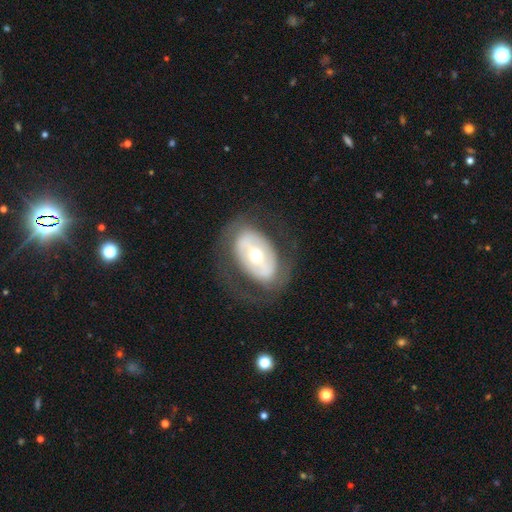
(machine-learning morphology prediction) type=featured or disk (66%); edge-on=no (92%); bar=no (42%); spiral arms=no (63%); bulge=moderate (55%); merging=none (70%).